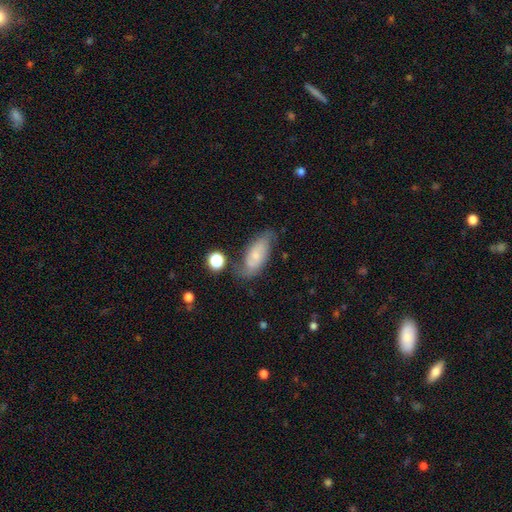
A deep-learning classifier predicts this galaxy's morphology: Smooth or featured? Predicted: smooth (p=0.46, tied with featured or disk). Merging? Predicted: none (p=0.62).